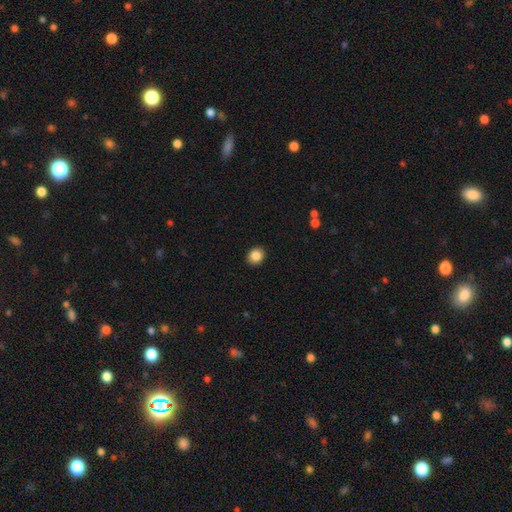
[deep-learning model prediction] Overall: smooth (85%). How rounded: round (72%). Merging: none (92%).